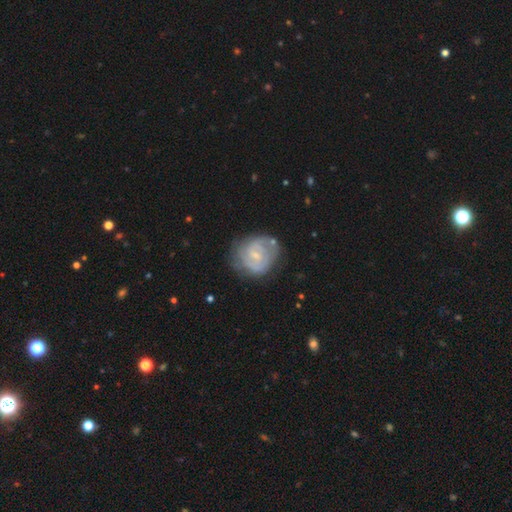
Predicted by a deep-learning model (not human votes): Morphology: type=featured or disk (69%); edge-on=no (98%); bar=weak (47%); spiral arms=yes (82%); winding=tight (56%); arm count=2 (44%); bulge=small (72%); merging=none (64%).